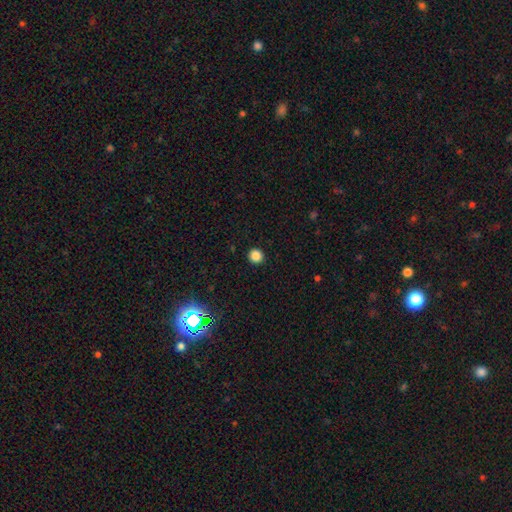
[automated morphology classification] Smooth or featured?
  - smooth: 85% *
  - star or artifact: 12%
  - featured or disk: 3%
How rounded?
  - round: 95% *
  - in between: 4%
  - cigar-shaped: 1%
Merging?
  - none: 93% *
  - minor disturbance: 4%
  - major disturbance: 2%
  - merger: 1%